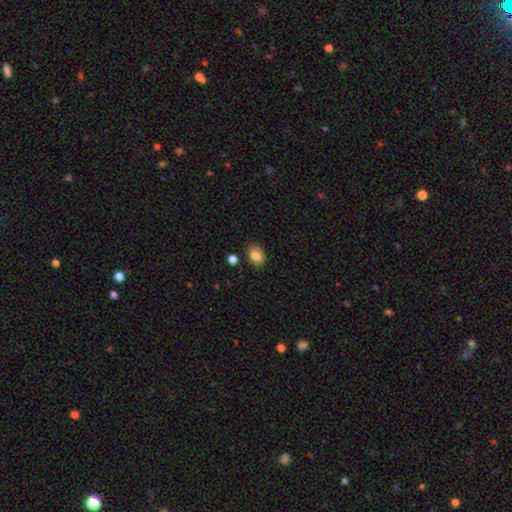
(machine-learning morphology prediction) Smooth or featured?
  - smooth: 82% *
  - featured or disk: 9%
  - star or artifact: 9%
How rounded?
  - in between: 77% *
  - round: 22%
  - cigar-shaped: 1%
Merging?
  - none: 82% *
  - minor disturbance: 12%
  - merger: 3%
  - major disturbance: 3%